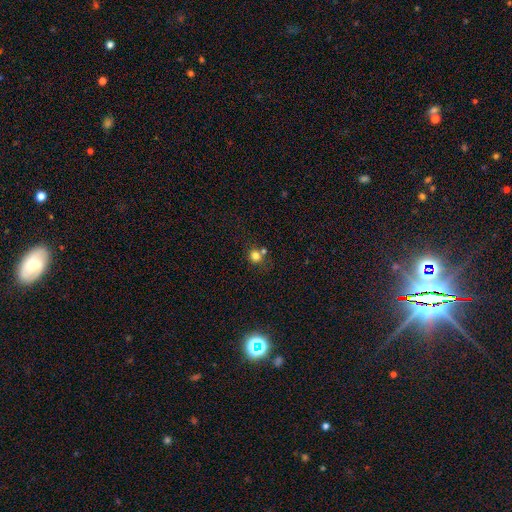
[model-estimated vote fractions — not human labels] Smooth or featured?
  - smooth: 79% *
  - star or artifact: 13%
  - featured or disk: 8%
How rounded?
  - round: 83% *
  - in between: 16%
  - cigar-shaped: 1%
Merging?
  - none: 60% *
  - merger: 24%
  - minor disturbance: 11%
  - major disturbance: 5%